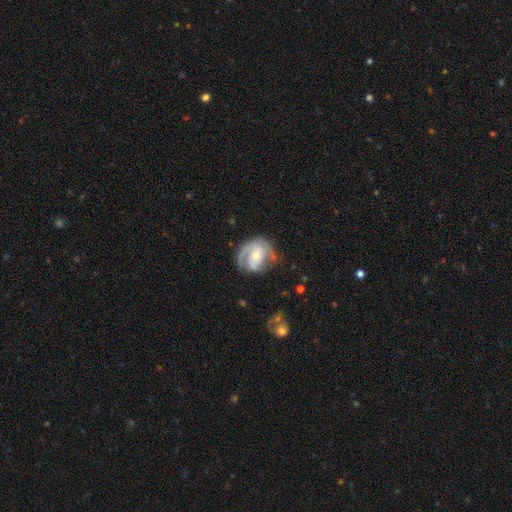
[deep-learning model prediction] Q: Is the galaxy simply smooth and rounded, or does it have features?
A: featured or disk — 74%.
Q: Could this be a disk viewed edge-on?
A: no — 97%.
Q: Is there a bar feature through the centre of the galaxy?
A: no — 58%.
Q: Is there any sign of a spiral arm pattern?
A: yes — 84%.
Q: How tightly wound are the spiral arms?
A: tight — 46%.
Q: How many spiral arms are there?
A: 2 — 48%.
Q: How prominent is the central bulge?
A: moderate — 55%.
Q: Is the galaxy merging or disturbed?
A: none — 58%.